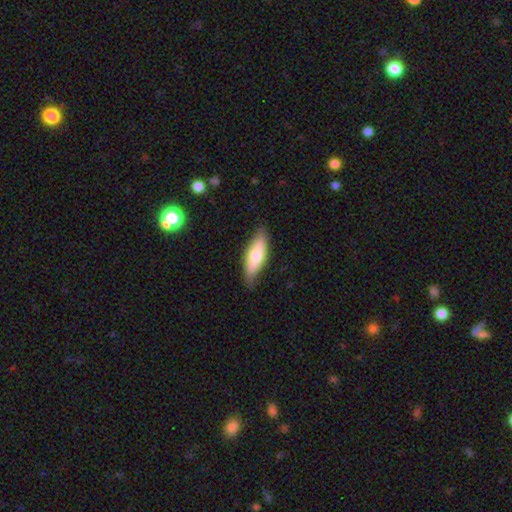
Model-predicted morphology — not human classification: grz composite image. It shows a smooth galaxy with no disk features (64%) that is in between round and cigar-shaped (54%). Merging: none (77%).